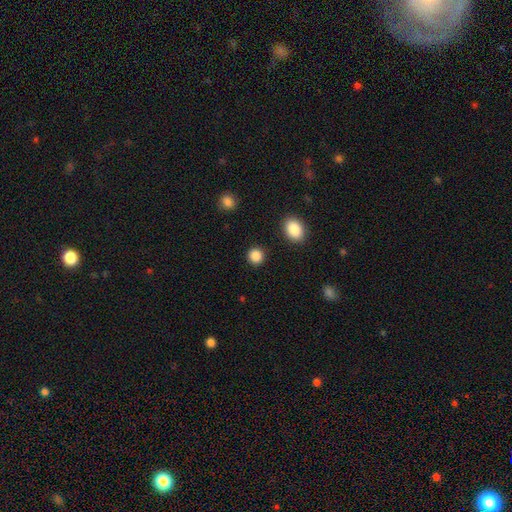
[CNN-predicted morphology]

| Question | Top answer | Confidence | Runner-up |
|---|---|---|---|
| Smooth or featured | smooth | 87% | star or artifact (10%) |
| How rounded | round | 89% | in between (10%) |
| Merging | none | 90% | minor disturbance (5%) |